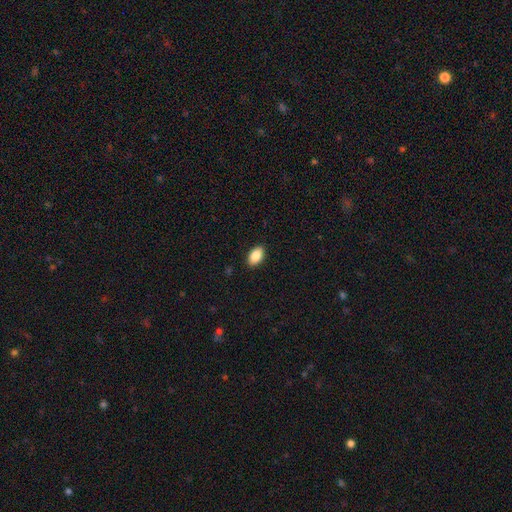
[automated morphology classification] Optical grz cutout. It shows a smooth galaxy with no disk features (87%) that is in between round and cigar-shaped (93%). Merging: none (89%).